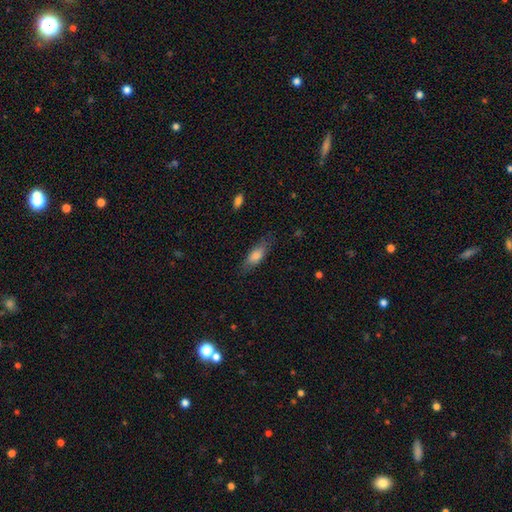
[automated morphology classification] type=smooth (74%); roundness=in between (59%); merging=none (78%).